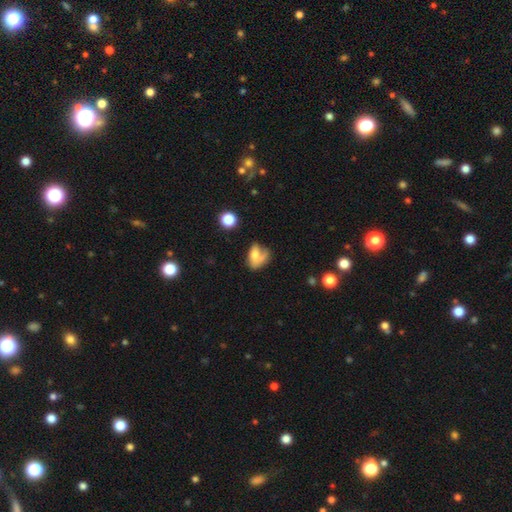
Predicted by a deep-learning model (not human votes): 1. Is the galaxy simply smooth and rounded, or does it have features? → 60% smooth, 29% featured or disk, 11% star or artifact.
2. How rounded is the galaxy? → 75% in between, 22% round, 3% cigar-shaped.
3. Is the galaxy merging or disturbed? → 32% none (tied), 32% major disturbance (tied), 24% minor disturbance, 13% merger.